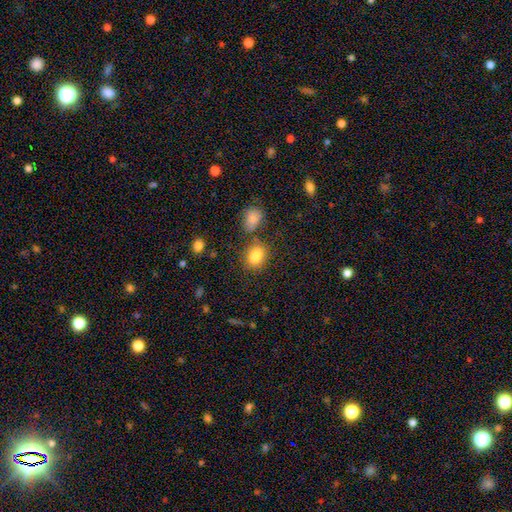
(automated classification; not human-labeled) This is clearly a smooth galaxy (83%). How rounded: likely in between (73%). Merging: likely none (61%).